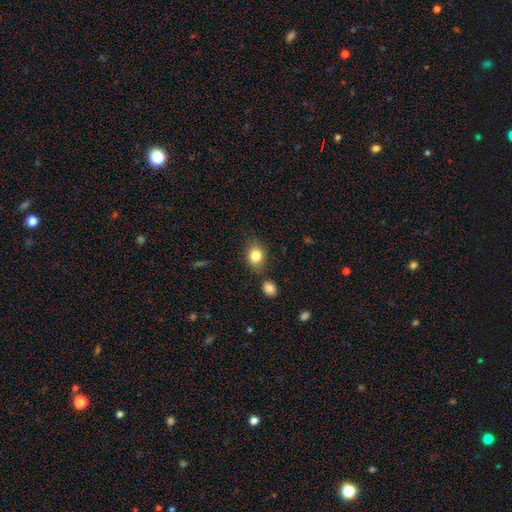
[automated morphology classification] type=smooth (82%); roundness=in between (50%); merging=none (74%).